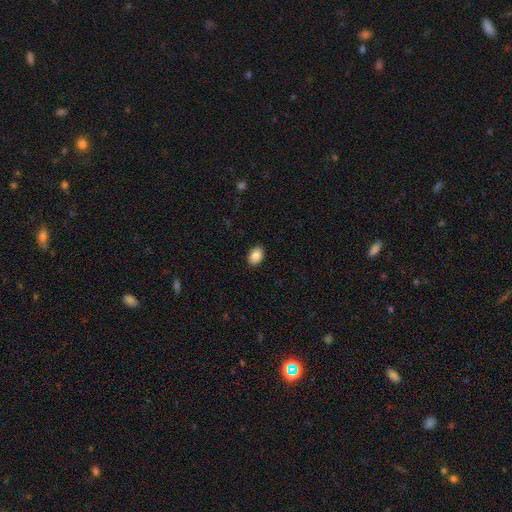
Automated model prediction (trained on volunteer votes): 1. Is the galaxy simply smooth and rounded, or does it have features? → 88% smooth, 8% star or artifact, 4% featured or disk.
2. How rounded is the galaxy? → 81% in between, 18% round, 1% cigar-shaped.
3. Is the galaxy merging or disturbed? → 90% none, 8% minor disturbance, 2% major disturbance, 1% merger.